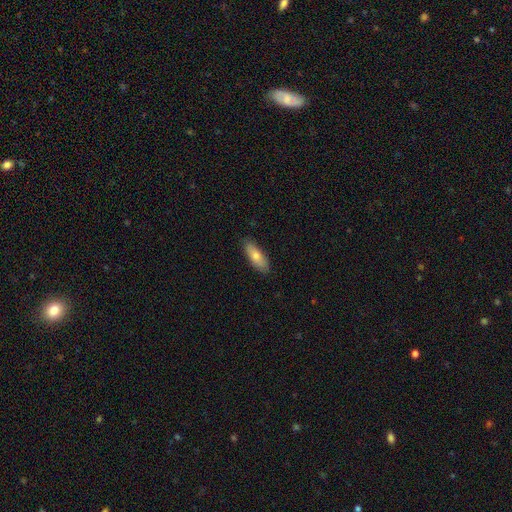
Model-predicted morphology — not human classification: Smooth or featured? smooth (73%)
How rounded? in between (56%)
Merging? none (87%)